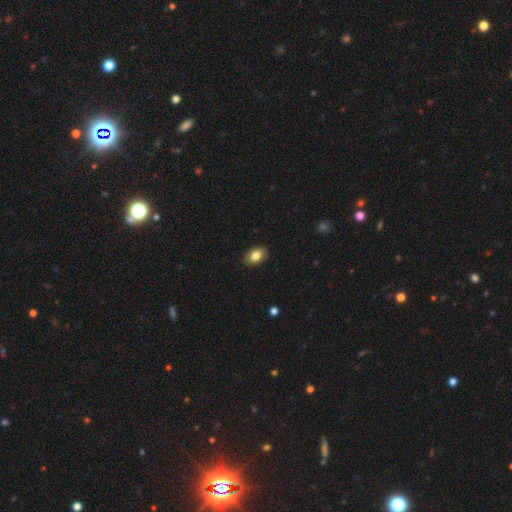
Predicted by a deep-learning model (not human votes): This appears to be a smooth galaxy with no disk features (83%) that is in between round and cigar-shaped (84%). Merging: none (89%).